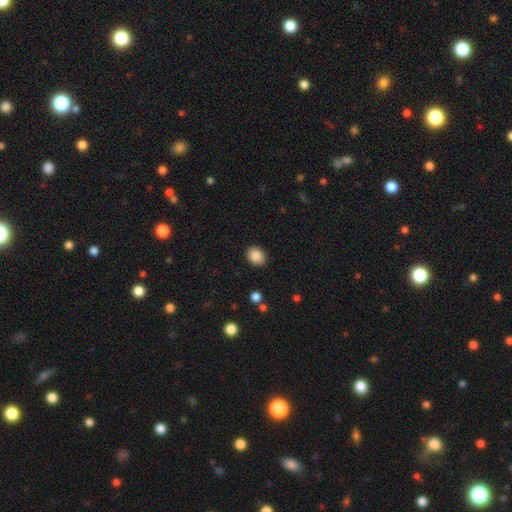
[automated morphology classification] smooth 89%, star or artifact 8%, featured or disk 3%. Down the decision tree: how rounded — in between (52%); merging — none (89%).